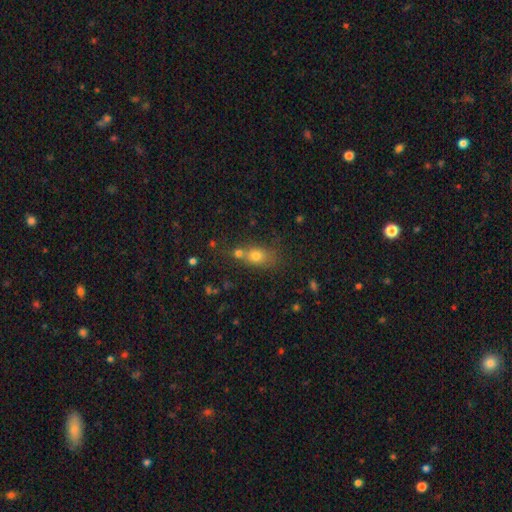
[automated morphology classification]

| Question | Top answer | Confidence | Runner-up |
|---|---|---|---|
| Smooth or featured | smooth | 71% | star or artifact (15%) |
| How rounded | in between | 57% | round (38%) |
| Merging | none | 42% | merger (39%) |